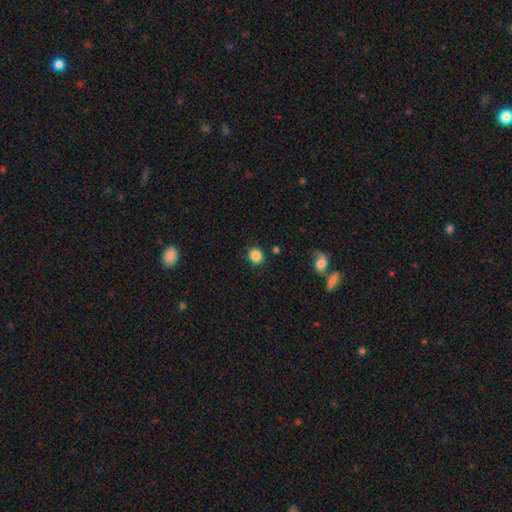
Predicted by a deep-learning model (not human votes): Smooth or featured?
  - smooth: 85% *
  - star or artifact: 10%
  - featured or disk: 5%
How rounded?
  - round: 88% *
  - in between: 11%
  - cigar-shaped: 1%
Merging?
  - none: 87% *
  - minor disturbance: 7%
  - major disturbance: 3%
  - merger: 3%